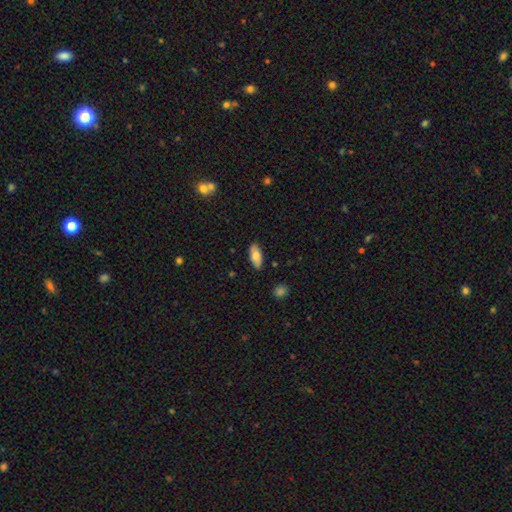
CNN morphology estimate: A smooth galaxy with no disk features (74%) that is in between round and cigar-shaped (84%).

Vote fractions:
- Smooth or featured? smooth: 74% / featured or disk: 20% / star or artifact: 6%
- How rounded? in between: 84% / cigar-shaped: 13% / round: 3%
- Merging? none: 86% / minor disturbance: 11% / major disturbance: 2% / merger: 1%